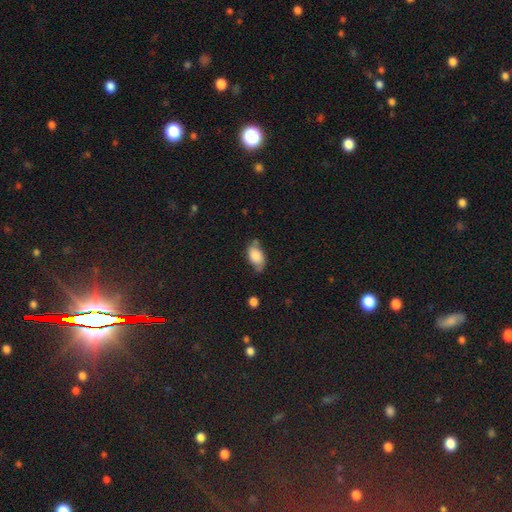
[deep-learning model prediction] smooth-or-featured: smooth: 71% | featured or disk: 20% | star or artifact: 9%
  how-rounded: in between: 90% | round: 8% | cigar-shaped: 2%
  merging: none: 49% | minor disturbance: 35% | major disturbance: 11% | merger: 5%